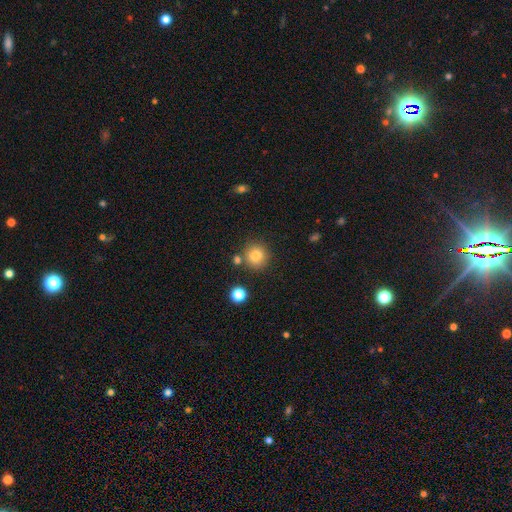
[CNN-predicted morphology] Smooth or featured: smooth — 82% (star or artifact — 12%)
How rounded: round — 91% (in between — 8%)
Merging: none — 79% (merger — 9%)